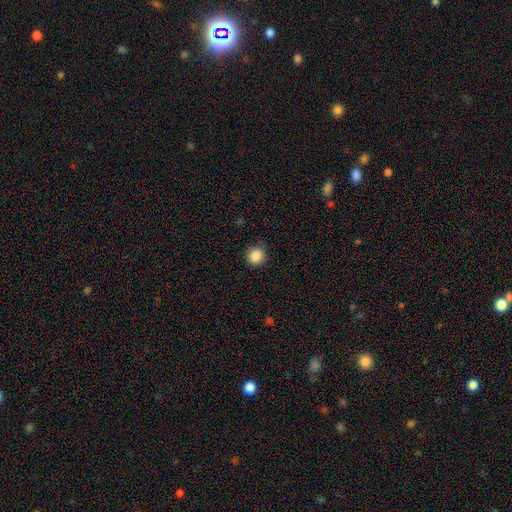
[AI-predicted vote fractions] smooth-or-featured: smooth: 86% | star or artifact: 10% | featured or disk: 4%
  how-rounded: round: 91% | in between: 8% | cigar-shaped: 1%
  merging: none: 85% | minor disturbance: 12% | major disturbance: 3% | merger: 1%